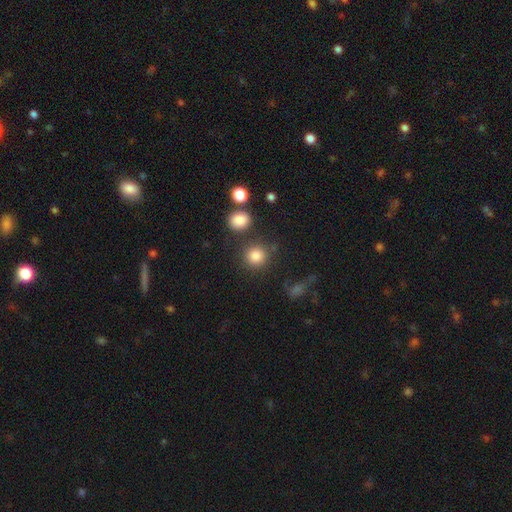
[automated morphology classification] smooth_or_featured: smooth (p=0.84) [alt: star or artifact p=0.10]
how_rounded: round (p=0.88) [alt: in between p=0.11]
merging: none (p=0.79) [alt: minor disturbance p=0.09]